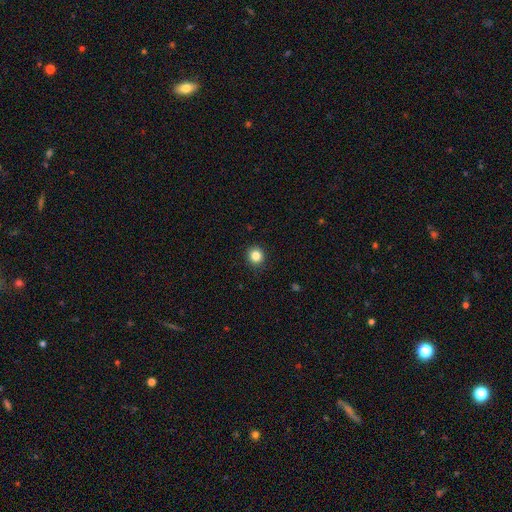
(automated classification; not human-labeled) This is clearly a smooth galaxy (85%). How rounded: clearly round (92%). Merging: clearly none (91%).